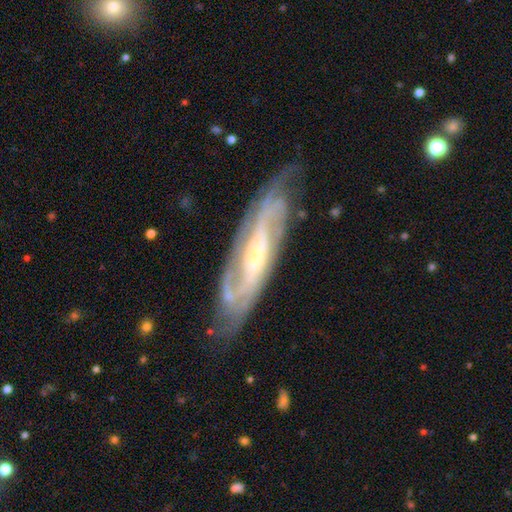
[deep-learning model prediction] This is clearly a featured or disk galaxy (86%). It is clearly not viewed edge-on (80%). Bar: possibly no (46%). Spiral arm pattern: clearly yes (95%). Spiral arm count: marginally 2 (40%). Spiral winding: possibly tight (55%). Central bulge: possibly small (60%). Merging: likely none (73%).